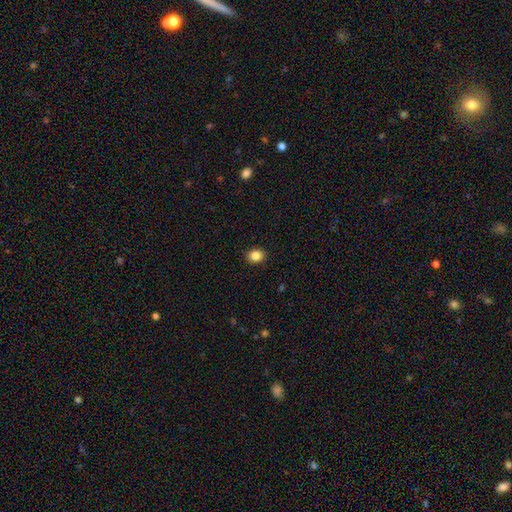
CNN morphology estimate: Smooth or featured?
  - smooth: 85% *
  - star or artifact: 10%
  - featured or disk: 4%
How rounded?
  - round: 64% *
  - in between: 35%
  - cigar-shaped: 1%
Merging?
  - none: 91% *
  - minor disturbance: 6%
  - major disturbance: 2%
  - merger: 1%